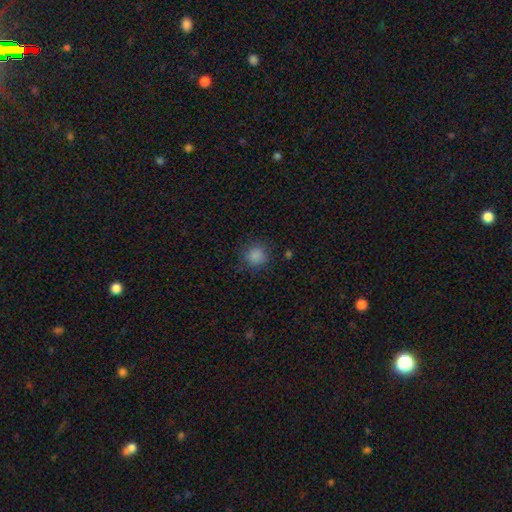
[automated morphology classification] A smooth galaxy with no disk features (85%) that is round (90%). Merging: none (84%).